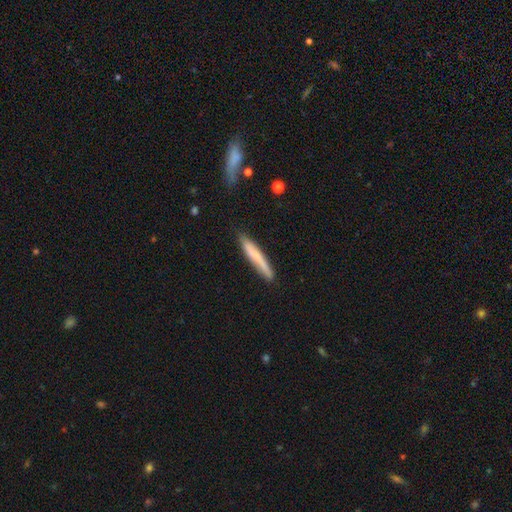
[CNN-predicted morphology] This is likely a smooth galaxy (63%). How rounded: clearly cigar-shaped (94%). Merging: likely none (79%).